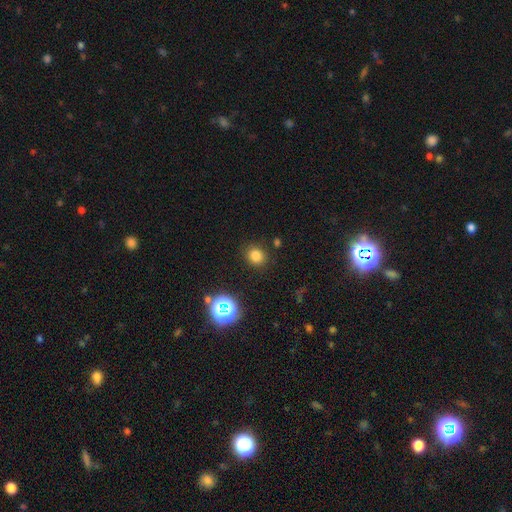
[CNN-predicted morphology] The model was most divided on "how rounded": round: 75%, in between: 24%, cigar-shaped: 1%. More confident: merging — none (86%); smooth or featured — smooth (78%).